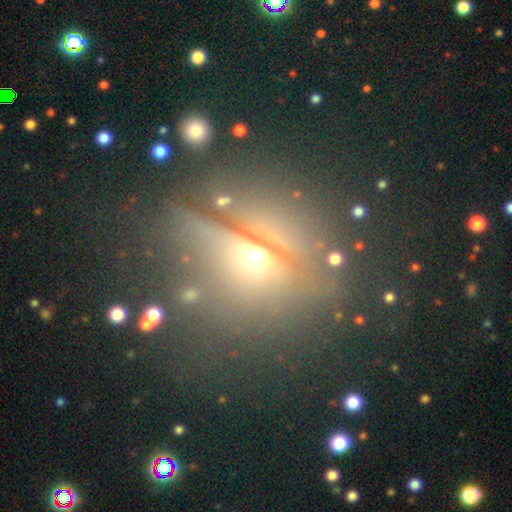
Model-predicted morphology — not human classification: This is marginally a featured or disk galaxy (37%). Merging: likely none (70%).